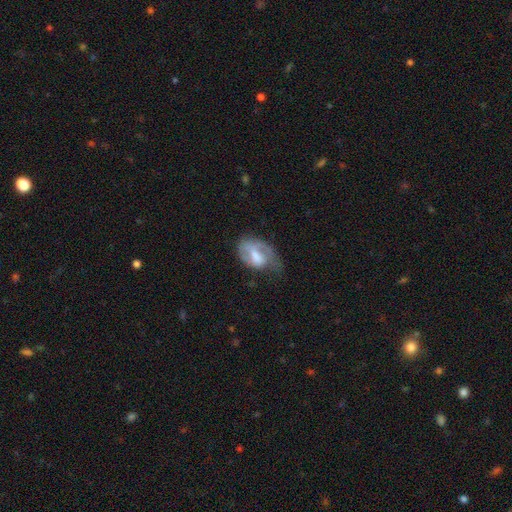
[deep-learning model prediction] Q: Smooth or featured?
A: featured or disk (48%); runner-up: smooth (45%)
Q: Merging?
A: major disturbance (35%); runner-up: minor disturbance (33%)